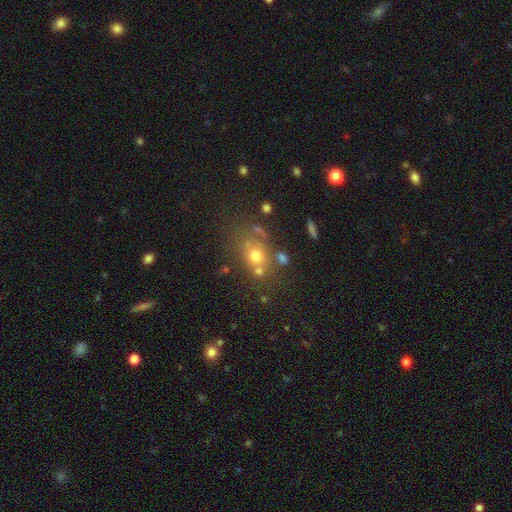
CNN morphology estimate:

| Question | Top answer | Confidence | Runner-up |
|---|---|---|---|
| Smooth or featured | smooth | 60% | star or artifact (22%) |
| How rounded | round | 62% | in between (36%) |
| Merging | none | 57% | merger (21%) |